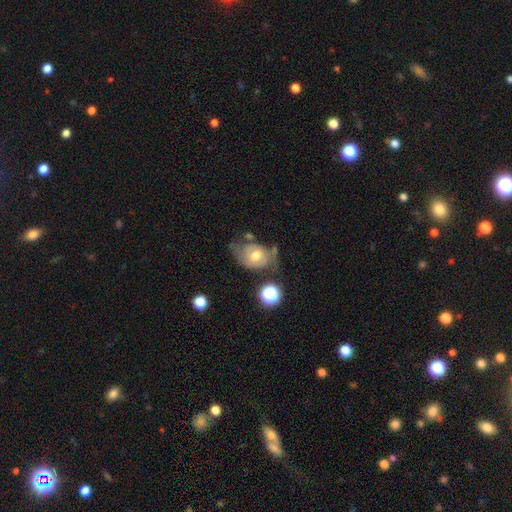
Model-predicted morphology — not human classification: featured or disk 57%, smooth 33%, star or artifact 10%. Down the decision tree: edge-on disk — no (95%); bar — no (57%); spiral arms — yes (73%); bulge size — moderate (66%); merging — none (42%).